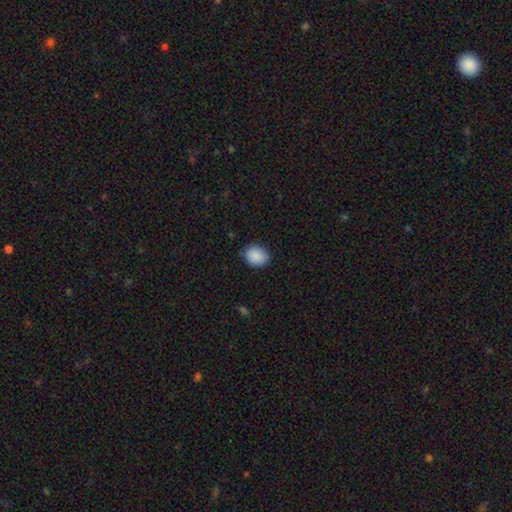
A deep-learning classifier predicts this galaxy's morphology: Smooth or featured?
  - smooth: 89% *
  - star or artifact: 8%
  - featured or disk: 3%
How rounded?
  - in between: 50% *
  - round: 49%
  - cigar-shaped: 1%
Merging?
  - none: 84% *
  - minor disturbance: 12%
  - major disturbance: 3%
  - merger: 1%